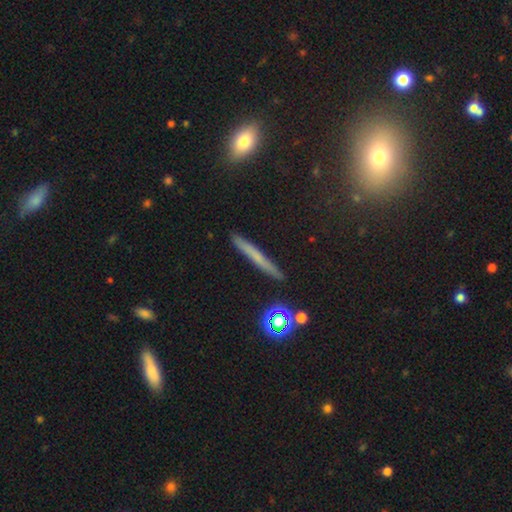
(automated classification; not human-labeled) smooth 51%, featured or disk 37%, star or artifact 12%. Down the decision tree: how rounded — cigar-shaped (94%); merging — none (89%).